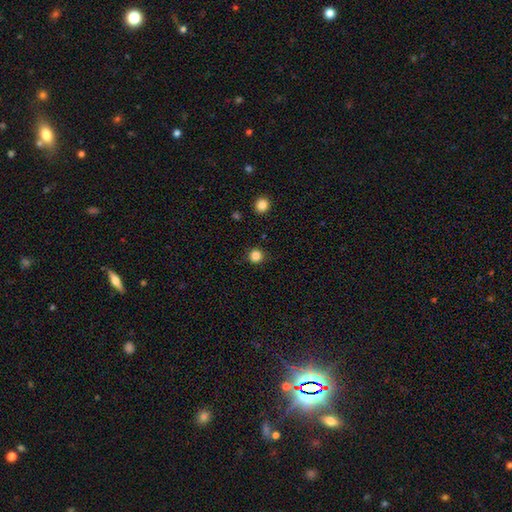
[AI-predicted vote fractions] Smooth or featured: smooth — 84% (star or artifact — 12%)
How rounded: round — 93% (in between — 6%)
Merging: none — 89% (minor disturbance — 7%)